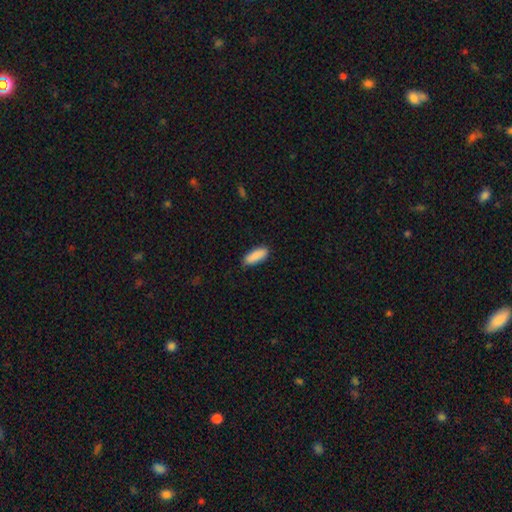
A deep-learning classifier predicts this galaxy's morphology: smooth-or-featured: smooth: 90% | star or artifact: 6% | featured or disk: 4%
  how-rounded: in between: 76% | cigar-shaped: 22% | round: 2%
  merging: none: 86% | minor disturbance: 11% | major disturbance: 2% | merger: 1%